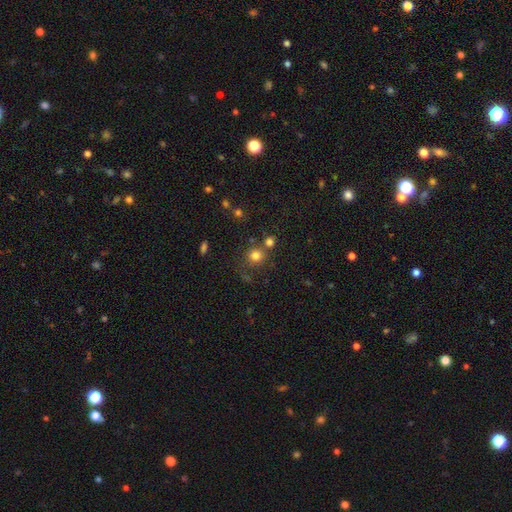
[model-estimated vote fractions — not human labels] smooth 78%, star or artifact 15%, featured or disk 7%. Down the decision tree: how rounded — round (90%); merging — none (70%).